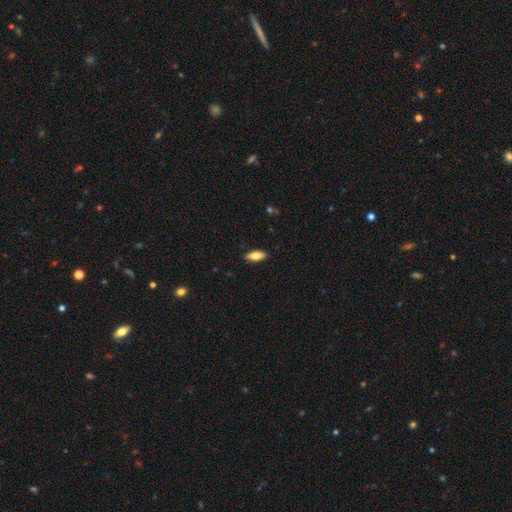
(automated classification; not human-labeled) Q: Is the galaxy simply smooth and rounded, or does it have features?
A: smooth — 73%.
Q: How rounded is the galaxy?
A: in between — 80%.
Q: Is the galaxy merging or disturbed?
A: none — 89%.